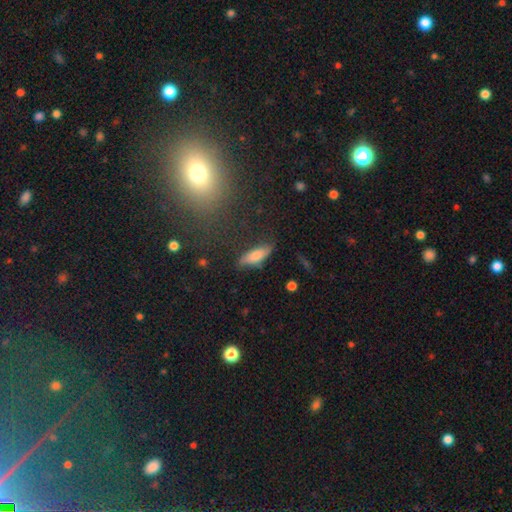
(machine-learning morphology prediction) Smooth or featured?
  - smooth: 69% *
  - featured or disk: 24%
  - star or artifact: 8%
How rounded?
  - in between: 55% *
  - cigar-shaped: 42%
  - round: 3%
Merging?
  - none: 69% *
  - minor disturbance: 23%
  - major disturbance: 6%
  - merger: 3%